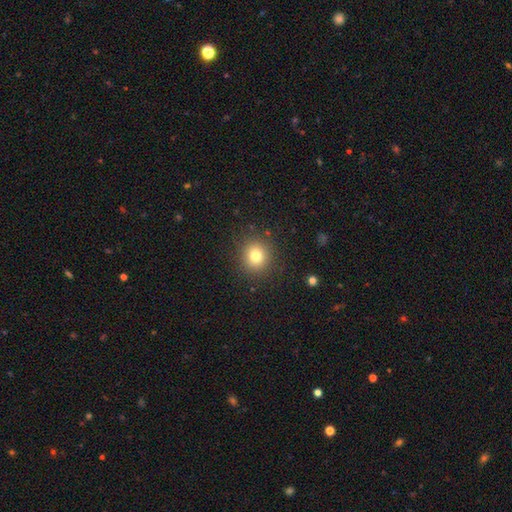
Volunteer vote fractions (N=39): Overall: smooth (85%). How rounded: round (94%). Merging: none (81%).